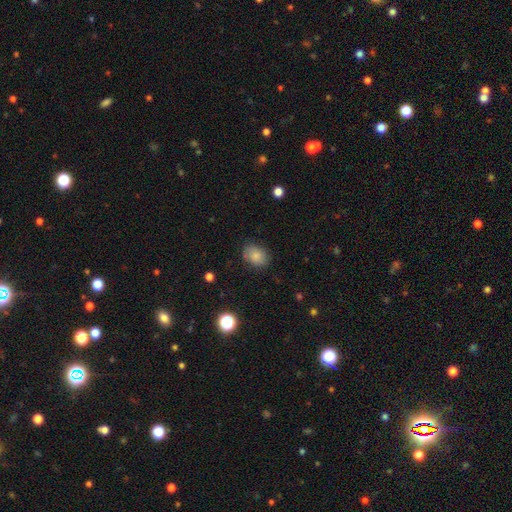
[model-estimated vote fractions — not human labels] The model was most divided on "how rounded": in between: 67%, round: 32%, cigar-shaped: 1%. More confident: smooth or featured — smooth (84%); merging — none (81%).